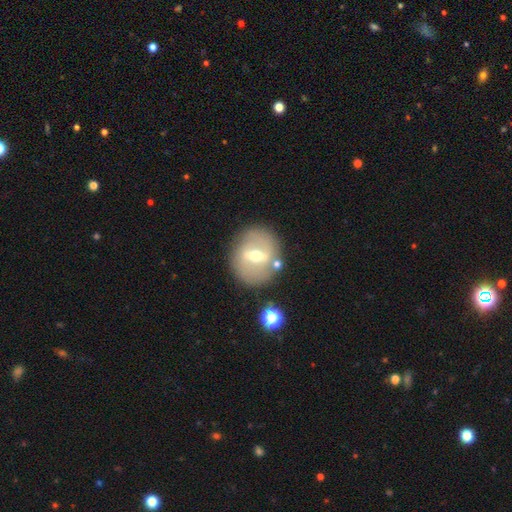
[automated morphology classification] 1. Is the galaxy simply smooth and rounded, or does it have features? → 63% featured or disk, 29% smooth, 8% star or artifact.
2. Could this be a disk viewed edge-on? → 86% no, 14% yes.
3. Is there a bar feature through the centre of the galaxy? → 51% strong, 39% weak, 10% no.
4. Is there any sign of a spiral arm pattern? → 73% no, 27% yes.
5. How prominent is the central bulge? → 69% moderate, 23% small, 6% large, 1% none, 1% dominant.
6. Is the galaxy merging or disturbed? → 80% none, 11% minor disturbance, 5% merger, 4% major disturbance.